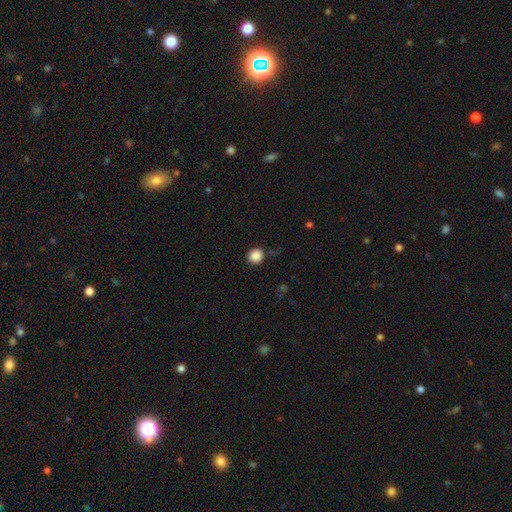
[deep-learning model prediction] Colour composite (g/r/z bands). It shows a smooth galaxy with no disk features (87%) that is round (90%). Merging: none (86%).